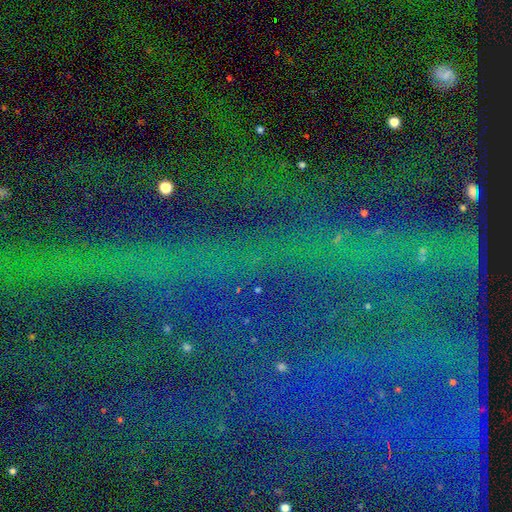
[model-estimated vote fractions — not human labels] Smooth or featured?
  - star or artifact: 86% *
  - featured or disk: 8%
  - smooth: 7%